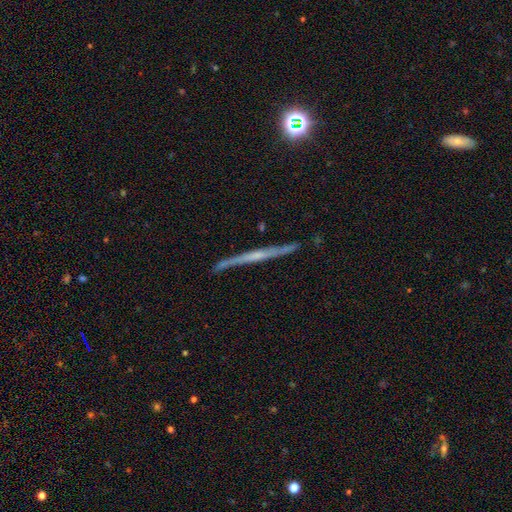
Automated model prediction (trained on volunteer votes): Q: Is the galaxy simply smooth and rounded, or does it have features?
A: featured or disk — 71%.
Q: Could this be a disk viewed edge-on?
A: yes — 95%.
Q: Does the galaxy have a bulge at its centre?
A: none — 59%.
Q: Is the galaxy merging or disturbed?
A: none — 81%.